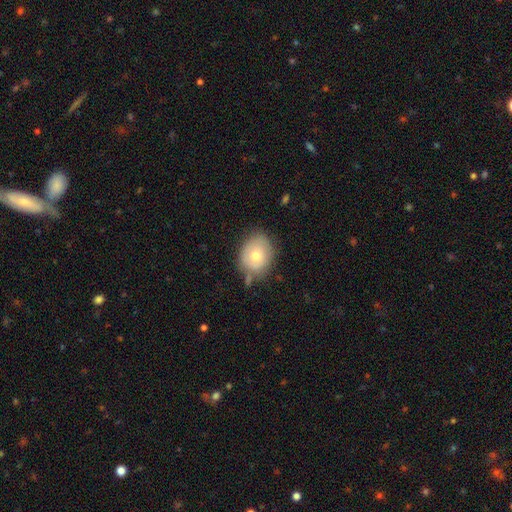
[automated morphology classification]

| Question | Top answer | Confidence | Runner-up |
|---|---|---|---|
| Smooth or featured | smooth | 69% | featured or disk (23%) |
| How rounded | in between | 51% | round (48%) |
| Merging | none | 65% | minor disturbance (25%) |